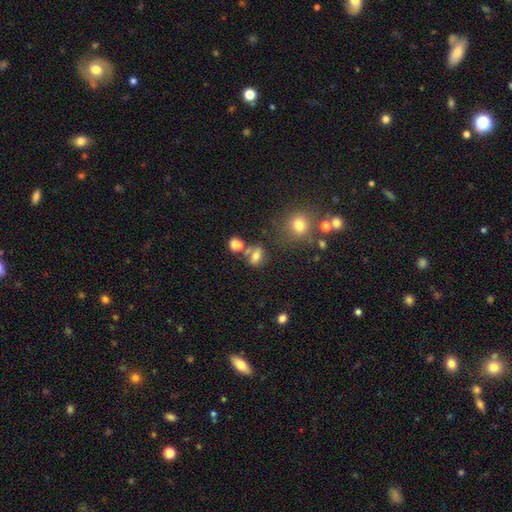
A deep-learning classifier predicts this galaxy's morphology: This is likely a smooth galaxy (68%). How rounded: likely in between (69%). Merging: possibly none (50%).